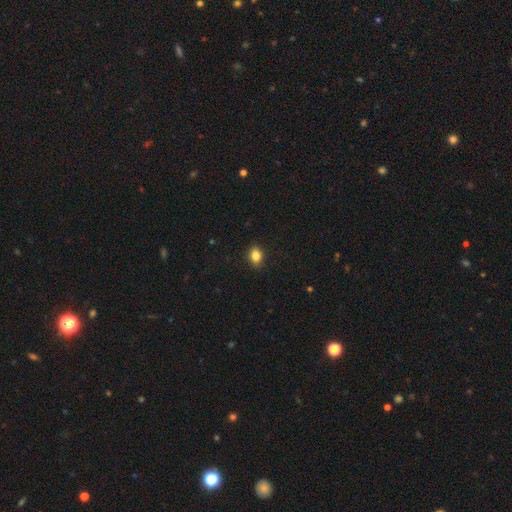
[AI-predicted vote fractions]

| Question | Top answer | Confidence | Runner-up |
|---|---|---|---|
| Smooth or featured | smooth | 85% | star or artifact (10%) |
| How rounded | in between | 71% | round (27%) |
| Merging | none | 88% | minor disturbance (9%) |